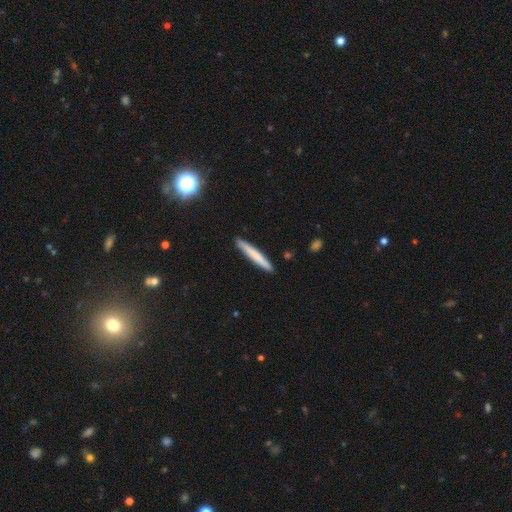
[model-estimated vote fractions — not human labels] smooth_or_featured: smooth (p=0.70) [alt: featured or disk p=0.24]
how_rounded: cigar-shaped (p=0.96) [alt: in between p=0.03]
merging: none (p=0.90) [alt: minor disturbance p=0.07]